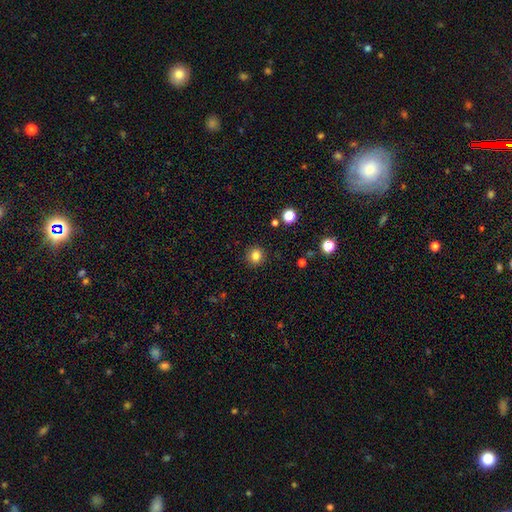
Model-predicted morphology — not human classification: Q: Smooth or featured?
A: smooth (82%); runner-up: star or artifact (12%)
Q: How rounded?
A: round (88%); runner-up: in between (11%)
Q: Merging?
A: none (91%); runner-up: minor disturbance (6%)